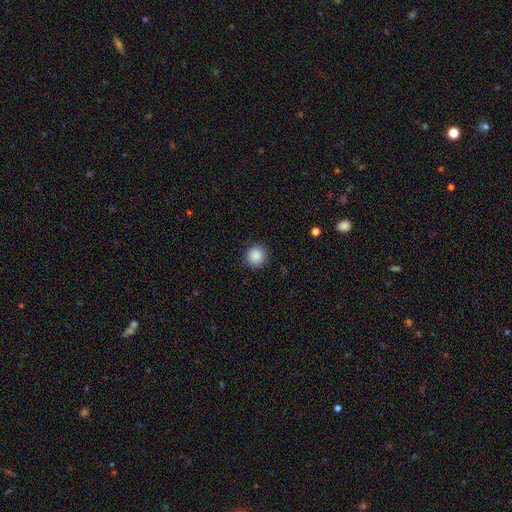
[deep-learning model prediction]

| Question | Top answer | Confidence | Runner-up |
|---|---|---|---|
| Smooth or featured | smooth | 88% | star or artifact (9%) |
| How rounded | round | 94% | in between (5%) |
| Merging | none | 90% | minor disturbance (7%) |